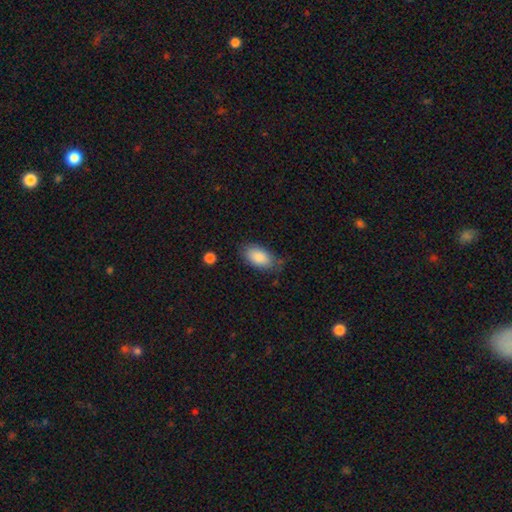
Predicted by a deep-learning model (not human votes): A smooth galaxy with no disk features (87%) that is in between round and cigar-shaped (93%). Merging: none (71%).